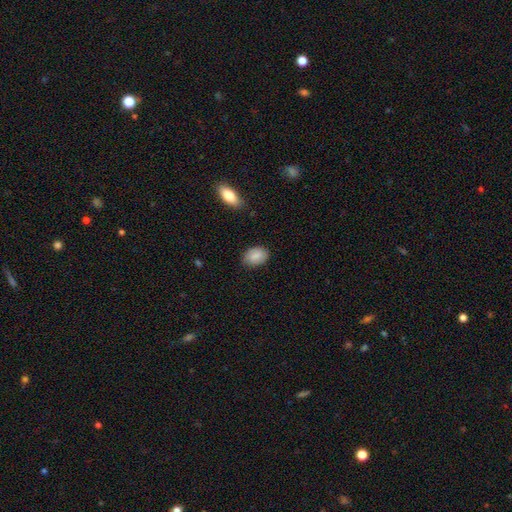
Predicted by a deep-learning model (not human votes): Smooth or featured? Predicted: smooth (p=0.86). How rounded? Predicted: in between (p=0.84). Merging? Predicted: none (p=0.83).